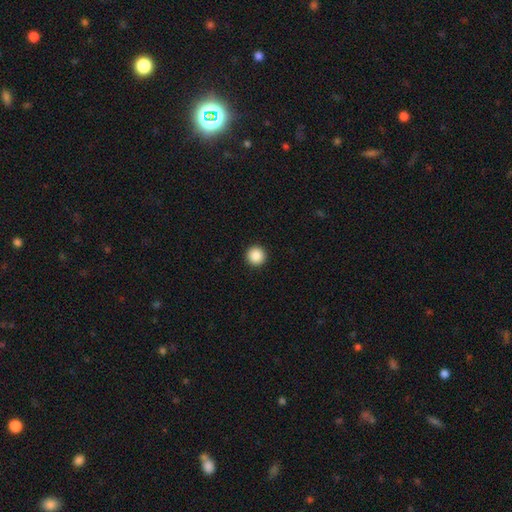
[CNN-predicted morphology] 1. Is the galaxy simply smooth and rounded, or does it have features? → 88% smooth, 9% star or artifact, 3% featured or disk.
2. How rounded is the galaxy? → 96% round, 3% in between, 1% cigar-shaped.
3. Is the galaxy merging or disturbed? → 94% none, 4% minor disturbance, 1% major disturbance, 1% merger.